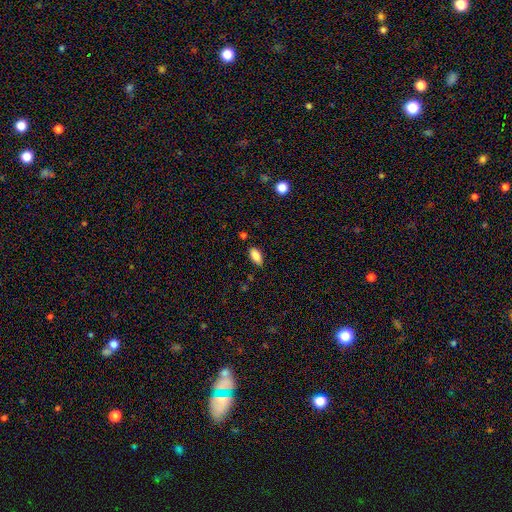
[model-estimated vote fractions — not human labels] A smooth galaxy with no disk features (86%) that is in between round and cigar-shaped (91%).

Vote fractions:
- Smooth or featured? smooth: 86% / star or artifact: 8% / featured or disk: 6%
- How rounded? in between: 91% / cigar-shaped: 6% / round: 3%
- Merging? none: 82% / minor disturbance: 14% / major disturbance: 2% / merger: 2%